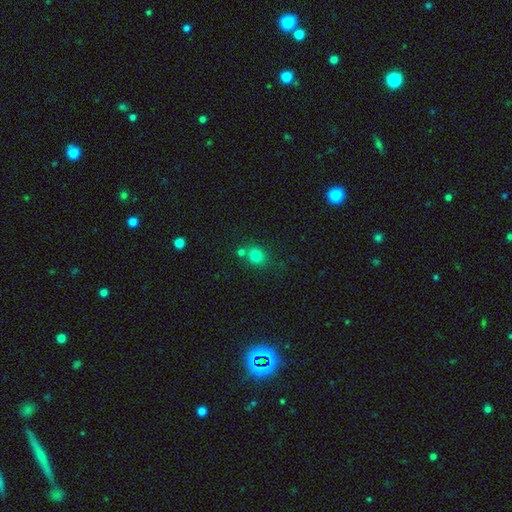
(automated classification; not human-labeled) Smooth or featured? Predicted: smooth (p=0.79). How rounded? Predicted: round (p=0.79). Merging? Predicted: none (p=0.66).